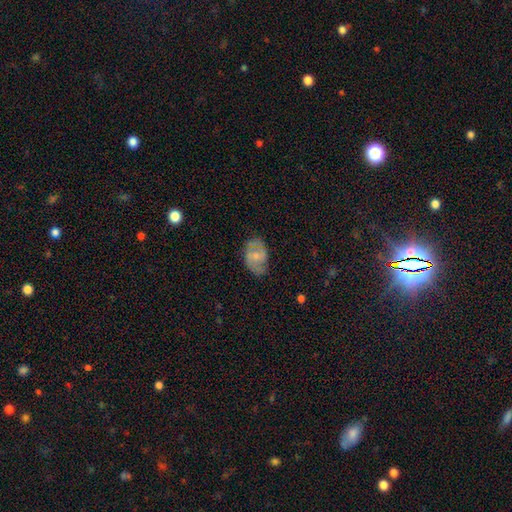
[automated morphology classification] Smooth or featured?
  - featured or disk: 62% *
  - smooth: 31%
  - star or artifact: 7%
Edge-on disk?
  - no: 97% *
  - yes: 3%
Bar?
  - no: 57% *
  - weak: 37%
  - strong: 6%
Spiral arms?
  - yes: 84% *
  - no: 16%
Spiral winding?
  - medium: 49% *
  - tight: 29%
  - loose: 22%
Spiral arm count?
  - 2: 80% *
  - can't tell: 12%
  - 1: 3%
  - 3: 2%
  - 4: 1%
  - more than 4: 1%
Bulge size?
  - small: 53% *
  - moderate: 35%
  - none: 8%
  - large: 2%
  - dominant: 1%
Merging?
  - none: 67% *
  - minor disturbance: 23%
  - major disturbance: 9%
  - merger: 1%